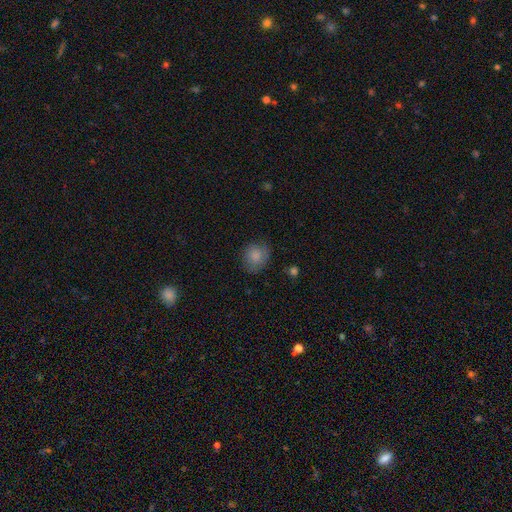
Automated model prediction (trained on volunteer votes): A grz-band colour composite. It shows a smooth galaxy with no disk features (83%) that is round (73%). Merging: none (75%).